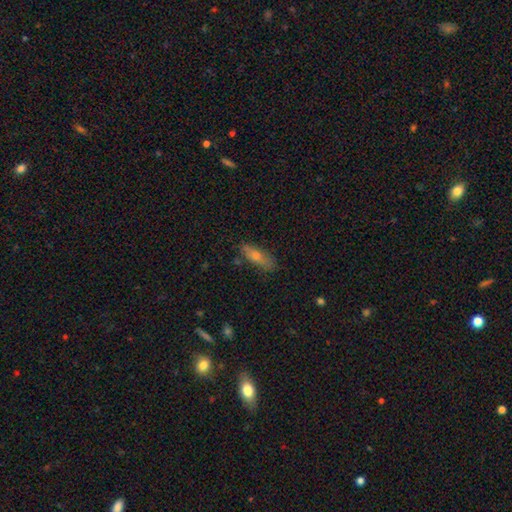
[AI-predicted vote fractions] smooth 57%, featured or disk 31%, star or artifact 12%. Down the decision tree: how rounded — cigar-shaped (54%); merging — none (78%).